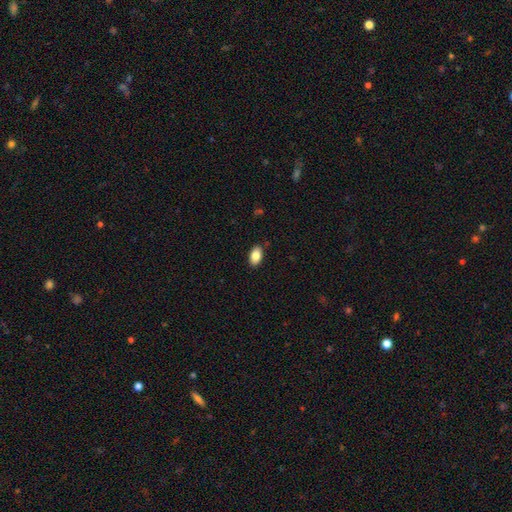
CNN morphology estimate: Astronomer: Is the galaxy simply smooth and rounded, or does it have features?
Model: smooth — 85%.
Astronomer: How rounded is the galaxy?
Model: in between — 92%.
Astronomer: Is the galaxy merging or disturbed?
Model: none — 87%.